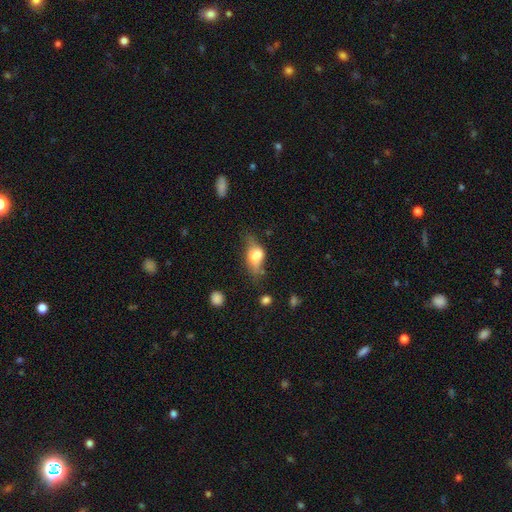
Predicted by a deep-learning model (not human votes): A smooth galaxy with no disk features (48%).

Vote fractions:
- Smooth or featured? smooth: 48% / featured or disk: 42% / star or artifact: 10%
- Merging? none: 37% / minor disturbance: 27% / major disturbance: 22% / merger: 15%